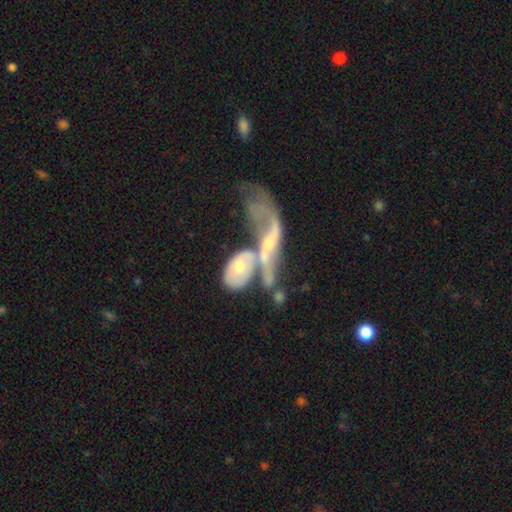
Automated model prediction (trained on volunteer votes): A featured or disk galaxy (62%).

Vote fractions:
- Smooth or featured? featured or disk: 62% / smooth: 24% / star or artifact: 14%
- Edge-on disk? no: 80% / yes: 20%
- Merging? merger: 64% / major disturbance: 16% / none: 12% / minor disturbance: 8%